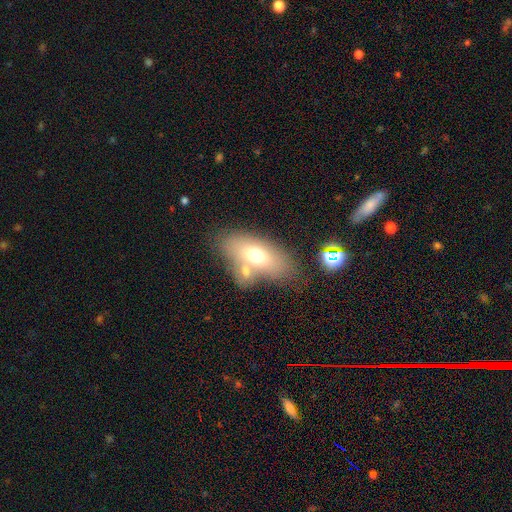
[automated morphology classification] This appears to be a smooth galaxy with no disk features (64%) that is in between round and cigar-shaped (85%). Merging: none (51%).